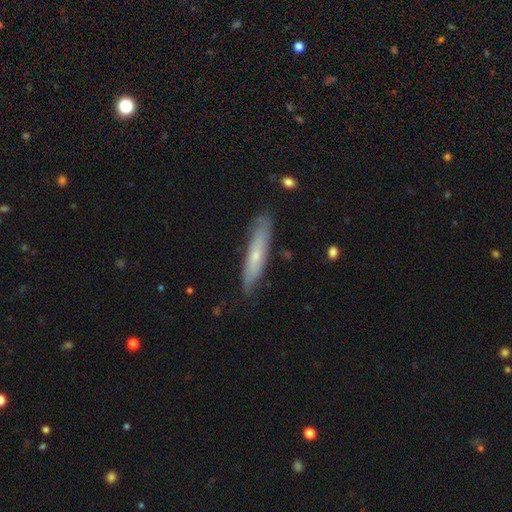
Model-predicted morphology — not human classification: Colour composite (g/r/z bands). It shows a smooth galaxy with no disk features (47%). Merging: none (75%).